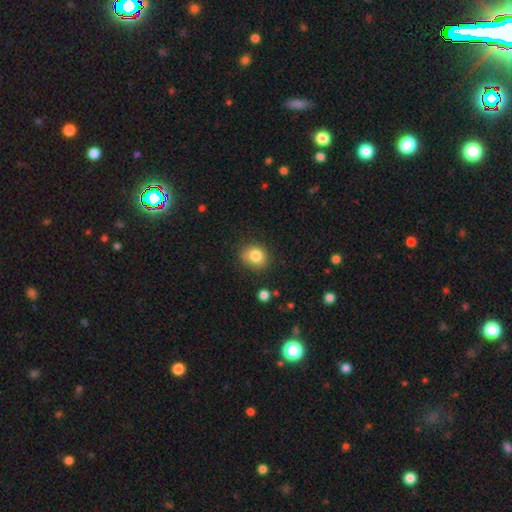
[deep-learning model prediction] This is clearly a smooth galaxy (82%). How rounded: likely round (68%). Merging: likely none (79%).